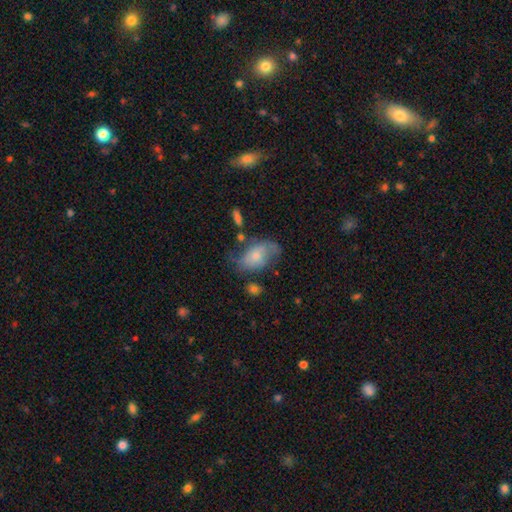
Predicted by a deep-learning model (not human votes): smooth-or-featured: smooth: 52% | featured or disk: 40% | star or artifact: 8%
  how-rounded: in between: 87% | round: 11% | cigar-shaped: 2%
  merging: none: 42% | minor disturbance: 30% | major disturbance: 21% | merger: 7%